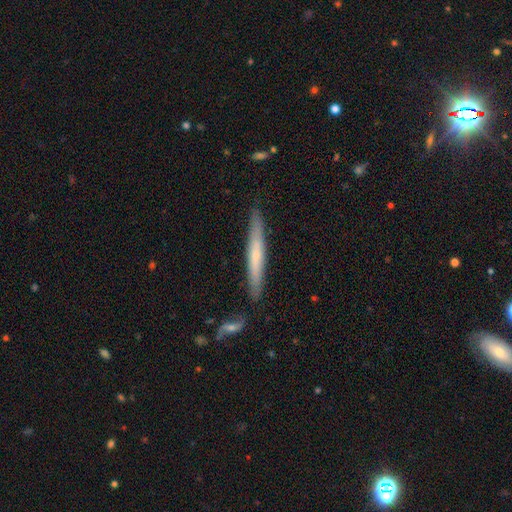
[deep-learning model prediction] Smooth or featured: smooth — 48% (featured or disk — 46%)
Merging: none — 85% (minor disturbance — 10%)